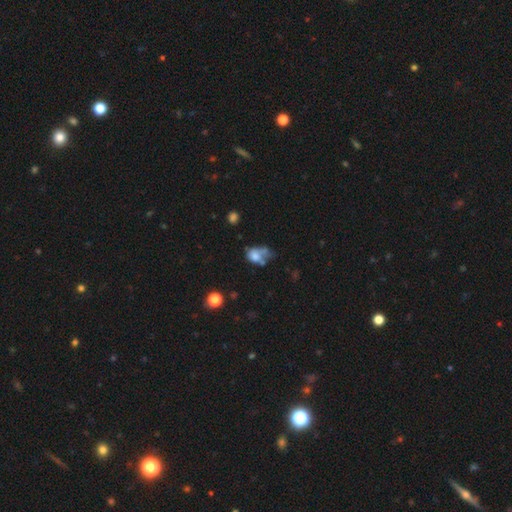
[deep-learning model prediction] smooth_or_featured: smooth (p=0.66) [alt: featured or disk p=0.21]
how_rounded: in between (p=0.64) [alt: round p=0.34]
merging: merger (p=0.31) [alt: major disturbance p=0.24]